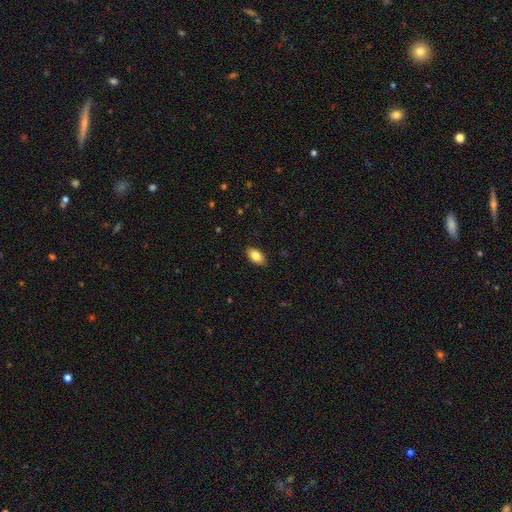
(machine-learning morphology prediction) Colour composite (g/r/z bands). It shows a smooth galaxy with no disk features (83%) that is in between round and cigar-shaped (92%). Merging: none (87%).